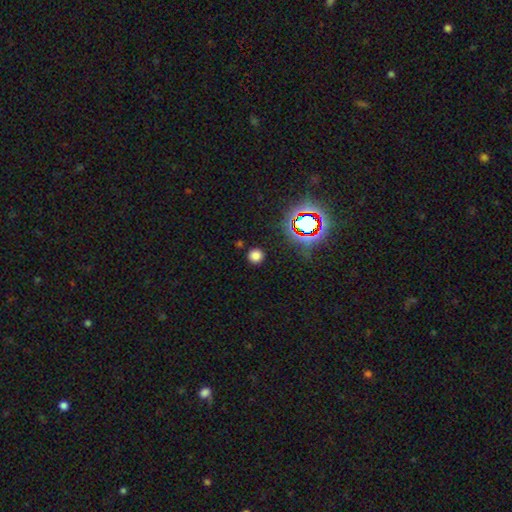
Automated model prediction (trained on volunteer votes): Smooth or featured? Predicted: smooth (p=0.75). How rounded? Predicted: round (p=0.94). Merging? Predicted: none (p=0.90).